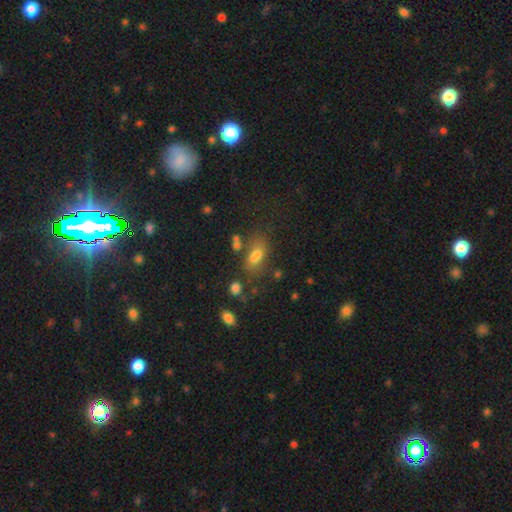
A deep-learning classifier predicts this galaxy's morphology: Q: Smooth or featured?
A: smooth (70%); runner-up: star or artifact (17%)
Q: How rounded?
A: in between (81%); runner-up: round (12%)
Q: Merging?
A: none (66%); runner-up: minor disturbance (16%)